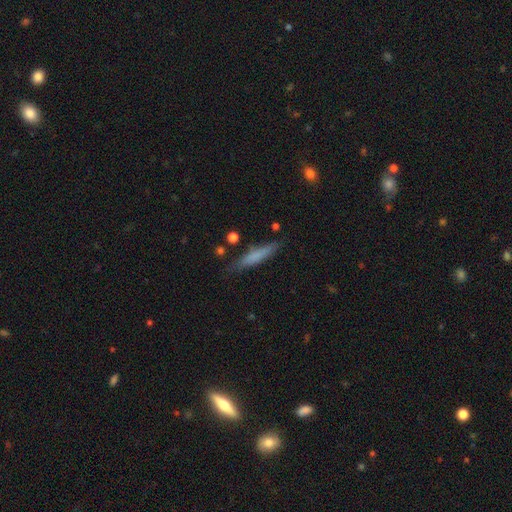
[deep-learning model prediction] smooth_or_featured: smooth (p=0.68) [alt: featured or disk p=0.25]
how_rounded: cigar-shaped (p=0.89) [alt: in between p=0.09]
merging: none (p=0.80) [alt: minor disturbance p=0.15]